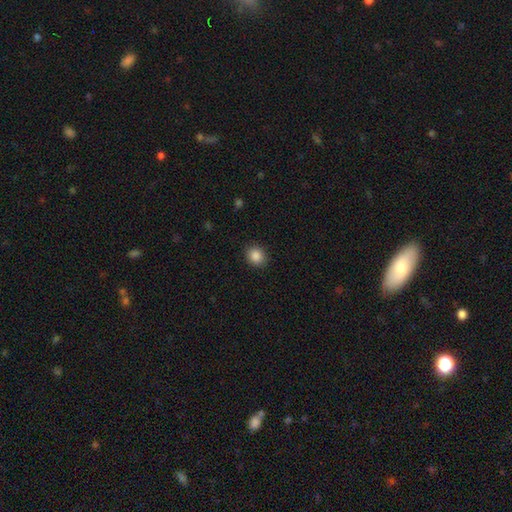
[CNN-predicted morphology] This is clearly a smooth galaxy (87%). How rounded: likely round (70%). Merging: clearly none (89%).